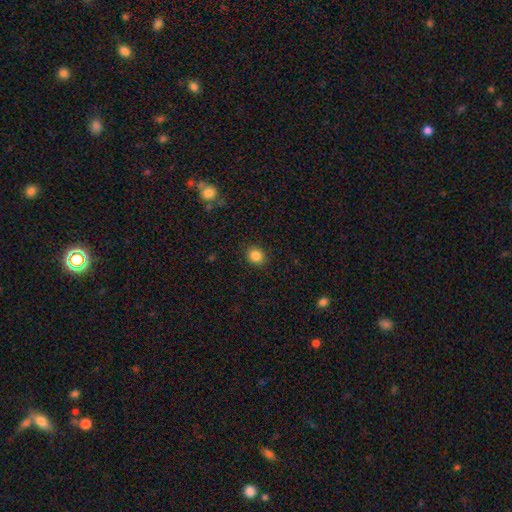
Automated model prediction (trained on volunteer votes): Smooth or featured? Predicted: smooth (p=0.85). How rounded? Predicted: round (p=0.72). Merging? Predicted: none (p=0.88).